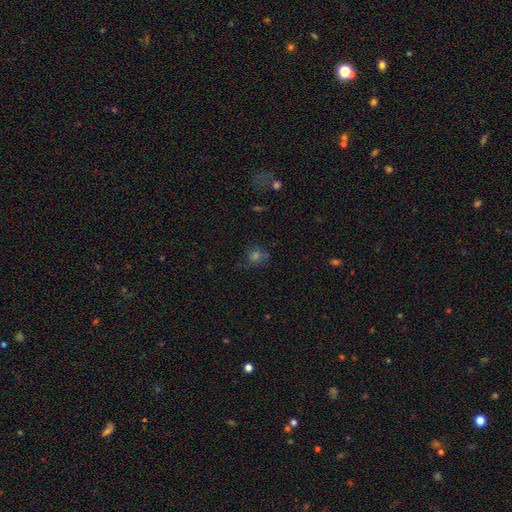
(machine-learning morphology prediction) The model was most divided on "smooth or featured": smooth: 51%, star or artifact: 33%, featured or disk: 15%. More confident: how rounded — round (83%); merging — none (70%).